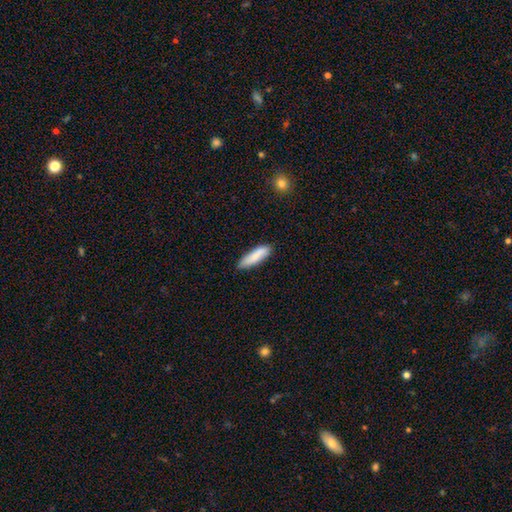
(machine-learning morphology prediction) The model was most divided on "how rounded": cigar-shaped: 59%, in between: 40%, round: 2%. More confident: smooth or featured — smooth (83%); merging — none (78%).